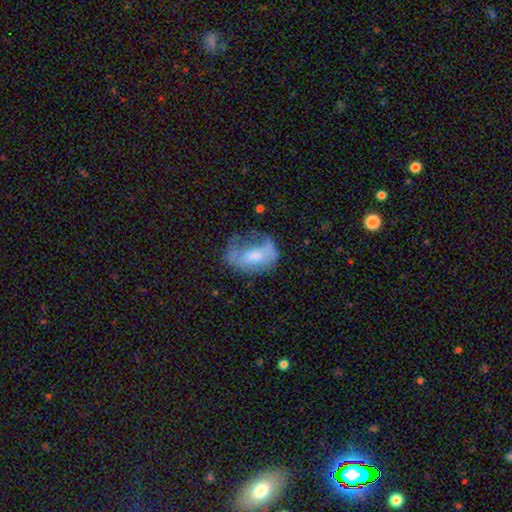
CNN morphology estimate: A smooth galaxy with no disk features (46%).

Vote fractions:
- Smooth or featured? smooth: 46% / featured or disk: 45% / star or artifact: 9%
- Merging? major disturbance: 37% / none: 32% / minor disturbance: 27% / merger: 4%